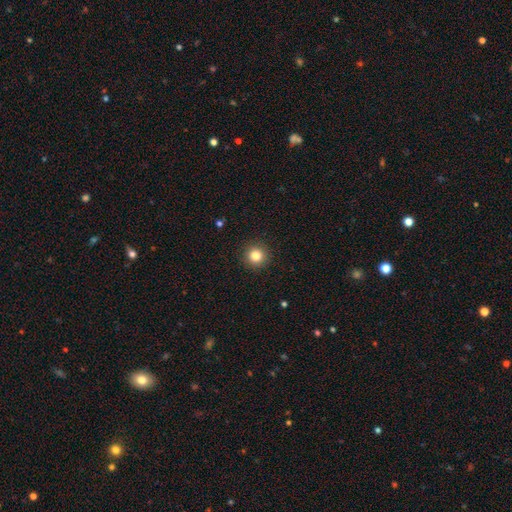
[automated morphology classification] Q: Smooth or featured?
A: smooth (84%); runner-up: star or artifact (11%)
Q: How rounded?
A: round (95%); runner-up: in between (4%)
Q: Merging?
A: none (92%); runner-up: minor disturbance (5%)